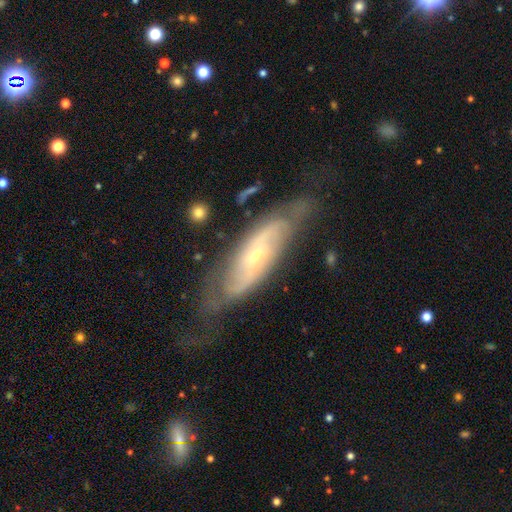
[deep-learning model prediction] Smooth or featured: featured or disk — 78% (smooth — 15%)
Edge-on disk: no — 81% (yes — 19%)
Bar: no — 58% (weak — 28%)
Spiral arms: yes — 83% (no — 17%)
Spiral winding: medium — 38% (tied with tight — 38%)
Spiral arm count: 2 — 62% (can't tell — 28%)
Bulge size: small — 64% (moderate — 33%)
Merging: none — 59% (minor disturbance — 24%)